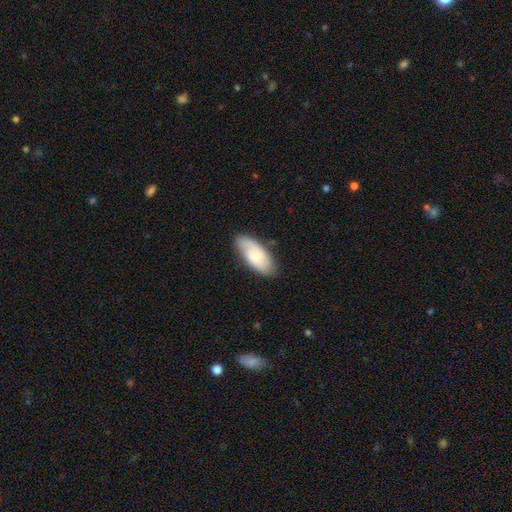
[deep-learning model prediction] smooth_or_featured: smooth (p=0.58) [alt: featured or disk p=0.36]
how_rounded: in between (p=0.88) [alt: cigar-shaped p=0.10]
merging: none (p=0.79) [alt: minor disturbance p=0.17]